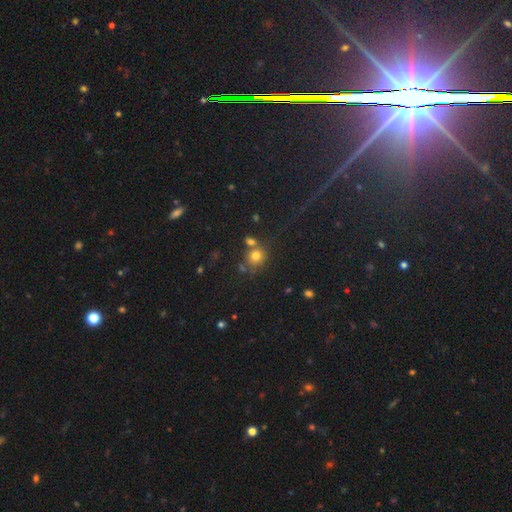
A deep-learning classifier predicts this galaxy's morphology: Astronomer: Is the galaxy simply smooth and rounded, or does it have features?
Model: smooth — 75%.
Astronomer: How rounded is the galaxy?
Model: round — 79%.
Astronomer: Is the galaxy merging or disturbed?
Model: none — 57%.